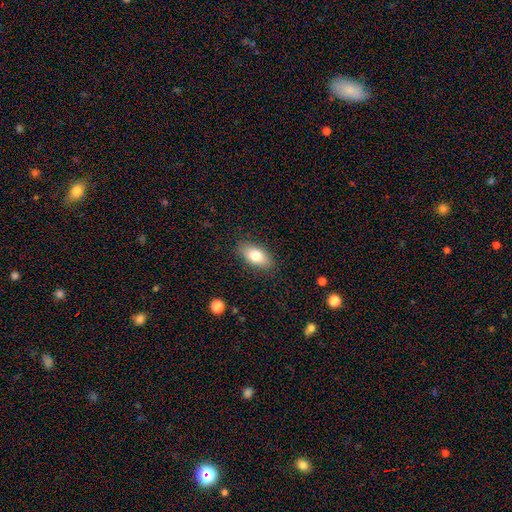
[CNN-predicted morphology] This is likely a smooth galaxy (78%). How rounded: clearly in between (88%). Merging: clearly none (86%).